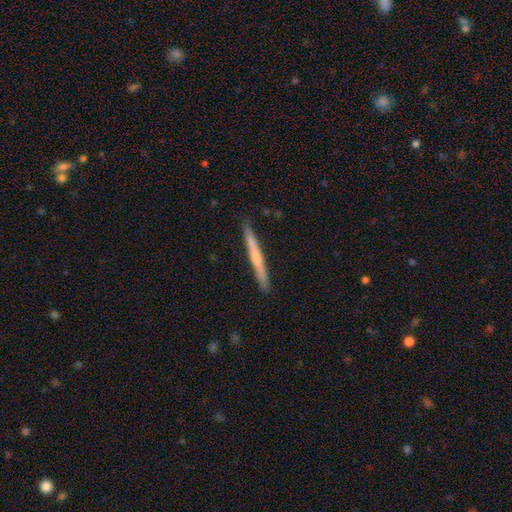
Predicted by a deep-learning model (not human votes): smooth 55%, featured or disk 40%, star or artifact 5%. Down the decision tree: how rounded — cigar-shaped (97%); merging — none (90%).